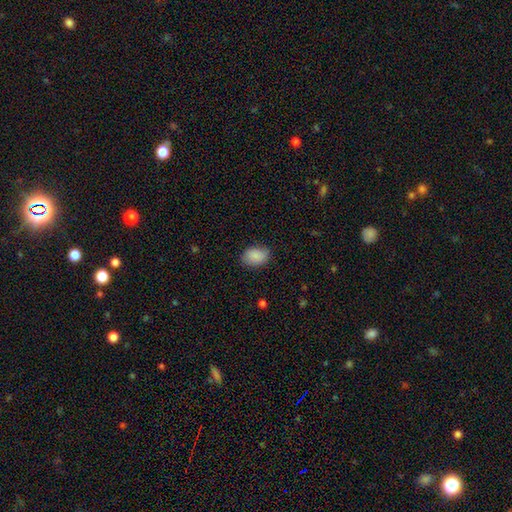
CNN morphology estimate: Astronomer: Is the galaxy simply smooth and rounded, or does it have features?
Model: smooth — 87%.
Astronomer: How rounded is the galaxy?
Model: in between — 80%.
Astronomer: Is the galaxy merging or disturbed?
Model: none — 76%.